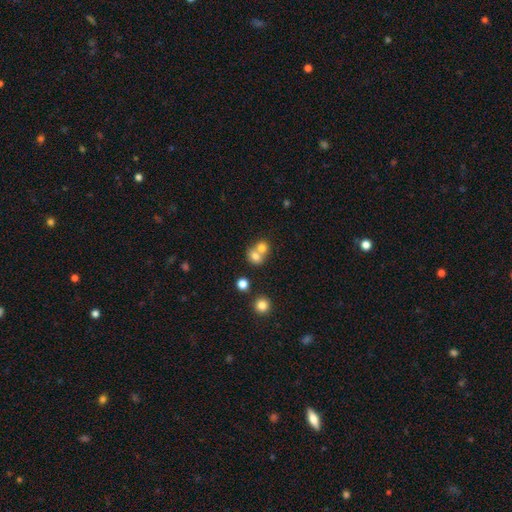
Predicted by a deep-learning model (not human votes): This appears to be a smooth galaxy with no disk features (73%) that is round (70%). Merging: merger (59%).